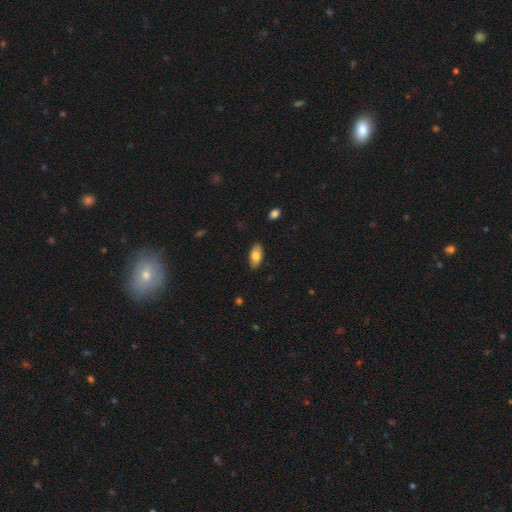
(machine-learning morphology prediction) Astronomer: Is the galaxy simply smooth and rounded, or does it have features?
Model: smooth — 80%.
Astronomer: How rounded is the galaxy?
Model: in between — 90%.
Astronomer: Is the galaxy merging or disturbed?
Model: none — 86%.